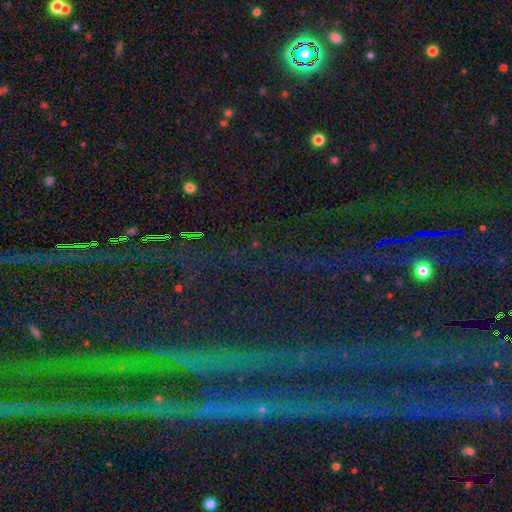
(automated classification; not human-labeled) Q: Smooth or featured?
A: star or artifact (89%); runner-up: featured or disk (6%)